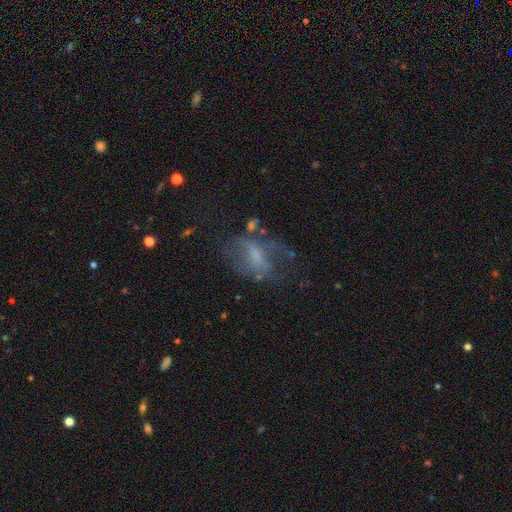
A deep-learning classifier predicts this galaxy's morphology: This appears to be a featured or disk galaxy (46%). Merging: none (40%).